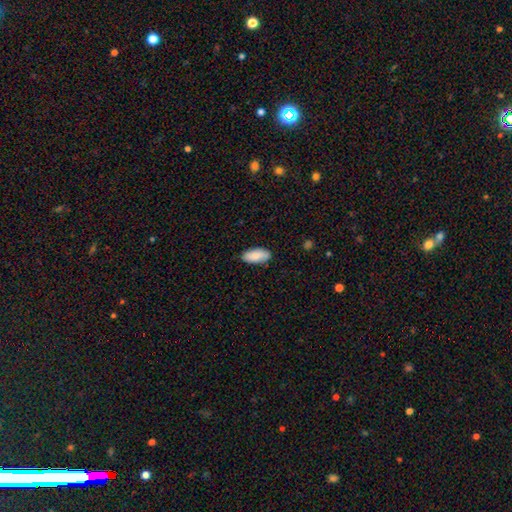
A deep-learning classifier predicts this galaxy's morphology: A smooth galaxy with no disk features (86%) that is in between round and cigar-shaped (91%).

Vote fractions:
- Smooth or featured? smooth: 86% / featured or disk: 8% / star or artifact: 6%
- How rounded? in between: 91% / cigar-shaped: 7% / round: 2%
- Merging? none: 85% / minor disturbance: 12% / major disturbance: 2% / merger: 1%